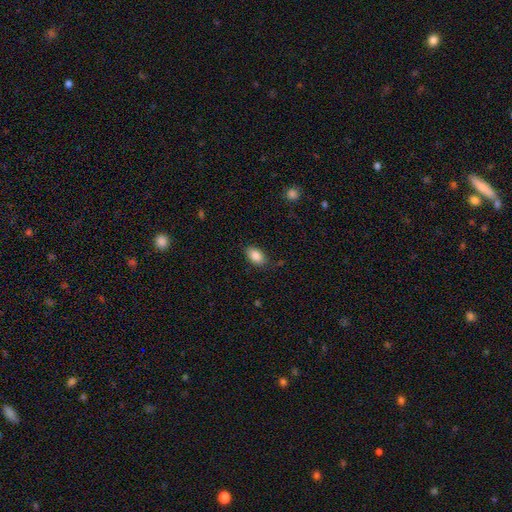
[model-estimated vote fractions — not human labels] smooth_or_featured: smooth (p=0.86) [alt: star or artifact p=0.08]
how_rounded: in between (p=0.90) [alt: round p=0.08]
merging: none (p=0.83) [alt: minor disturbance p=0.13]